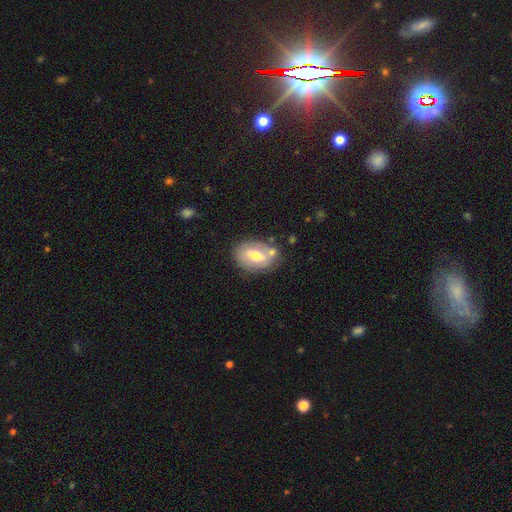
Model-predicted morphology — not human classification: Q: Smooth or featured?
A: smooth (53%); runner-up: featured or disk (40%)
Q: How rounded?
A: in between (83%); runner-up: round (15%)
Q: Merging?
A: none (65%); runner-up: minor disturbance (19%)